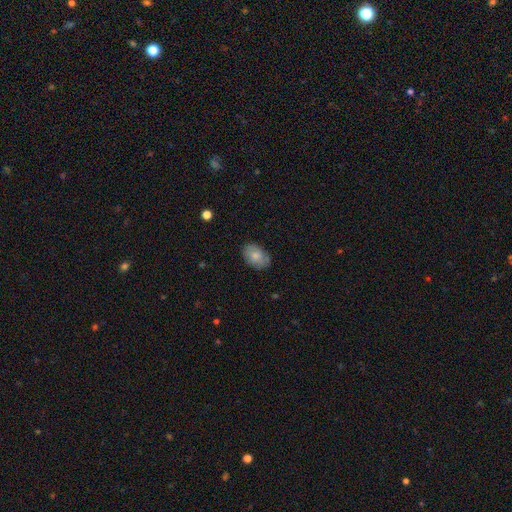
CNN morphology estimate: Smooth or featured?
  - smooth: 76% *
  - featured or disk: 17%
  - star or artifact: 7%
How rounded?
  - in between: 86% *
  - round: 13%
  - cigar-shaped: 1%
Merging?
  - none: 79% *
  - minor disturbance: 17%
  - major disturbance: 3%
  - merger: 1%